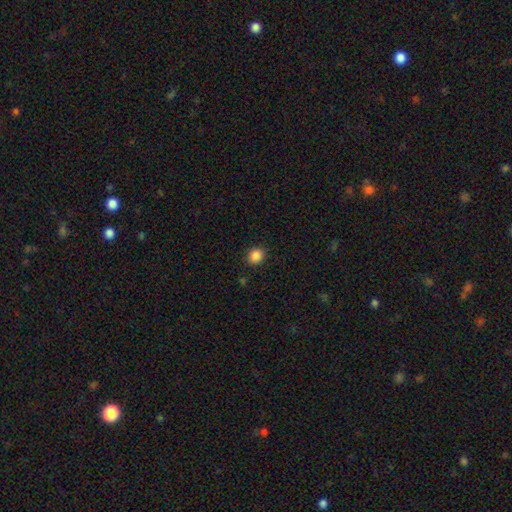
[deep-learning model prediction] Smooth or featured? Predicted: smooth (p=0.87). How rounded? Predicted: round (p=0.73). Merging? Predicted: none (p=0.89).